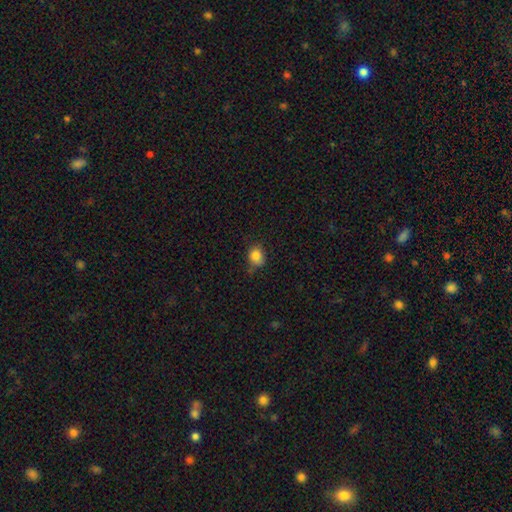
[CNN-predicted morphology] A smooth galaxy with no disk features (83%) that is round (60%).

Vote fractions:
- Smooth or featured? smooth: 83% / star or artifact: 10% / featured or disk: 6%
- How rounded? round: 60% / in between: 39% / cigar-shaped: 1%
- Merging? none: 63% / minor disturbance: 29% / major disturbance: 6% / merger: 2%